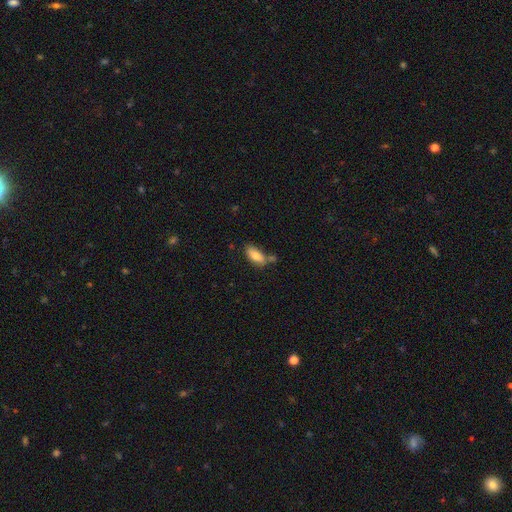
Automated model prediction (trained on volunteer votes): Overall: smooth (78%). How rounded: in between (84%). Merging: none (61%).